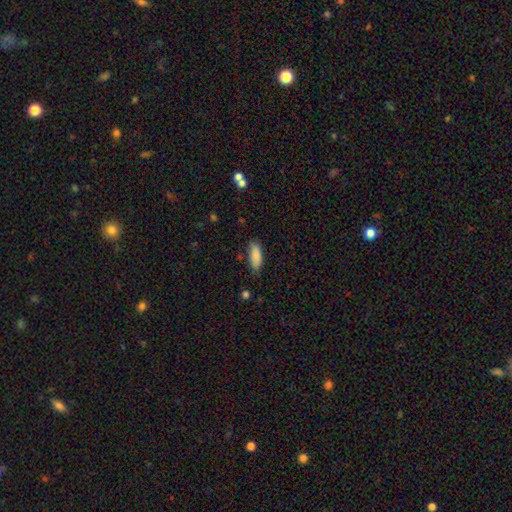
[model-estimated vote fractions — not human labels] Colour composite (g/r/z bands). It shows a smooth galaxy with no disk features (87%) that is in between round and cigar-shaped (76%). Merging: none (78%).